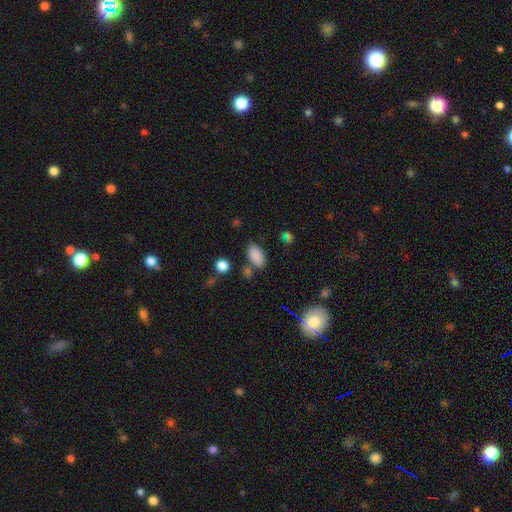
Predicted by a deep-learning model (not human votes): Smooth or featured? smooth (85%)
How rounded? in between (92%)
Merging? none (73%)